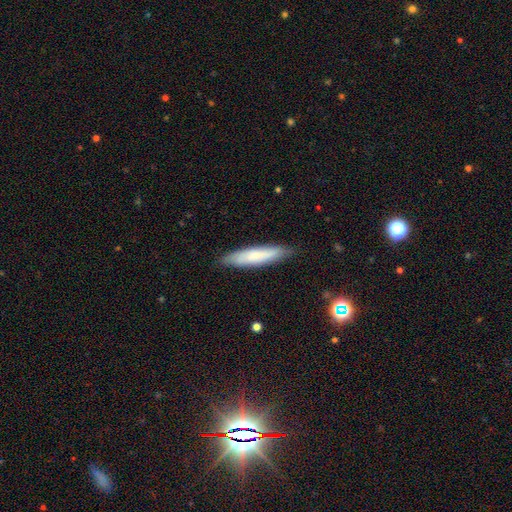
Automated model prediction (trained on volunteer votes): Q: Smooth or featured?
A: smooth (69%); runner-up: featured or disk (25%)
Q: How rounded?
A: cigar-shaped (82%); runner-up: in between (17%)
Q: Merging?
A: none (85%); runner-up: minor disturbance (12%)